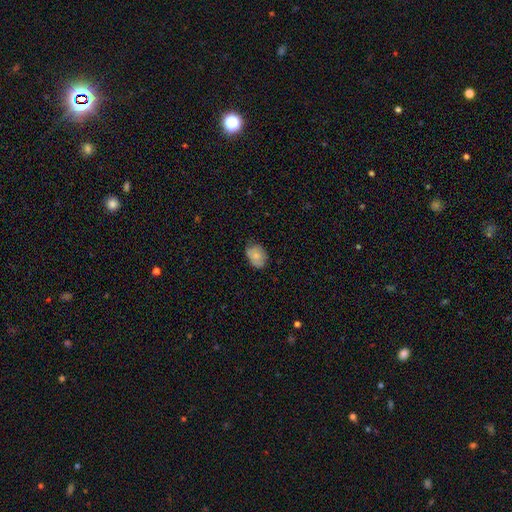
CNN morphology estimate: A smooth galaxy with no disk features (76%) that is in between round and cigar-shaped (70%). Merging: none (67%).